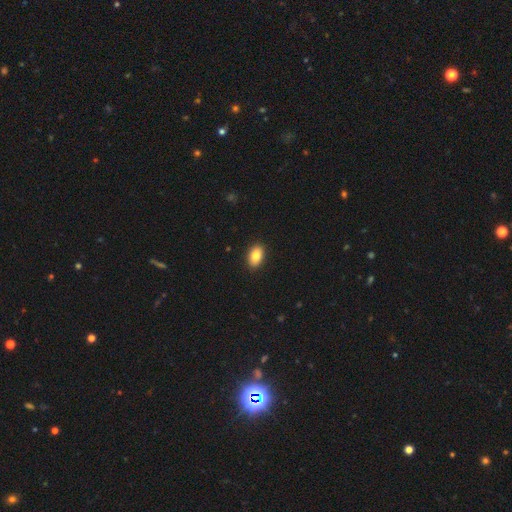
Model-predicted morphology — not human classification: A smooth galaxy with no disk features (84%) that is in between round and cigar-shaped (89%). Merging: none (90%).